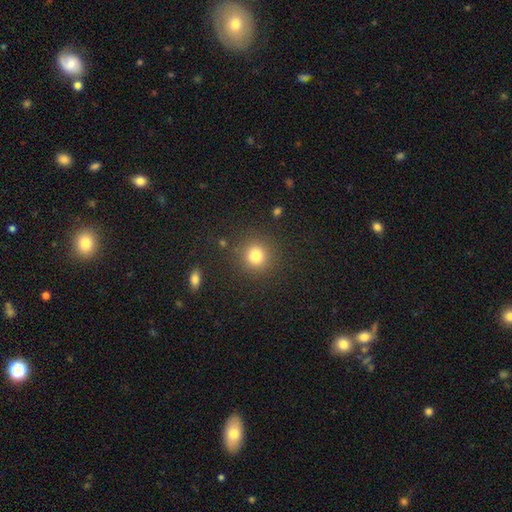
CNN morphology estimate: smooth-or-featured: smooth: 80% | star or artifact: 13% | featured or disk: 6%
  how-rounded: round: 90% | in between: 9% | cigar-shaped: 1%
  merging: none: 86% | minor disturbance: 8% | major disturbance: 3% | merger: 3%